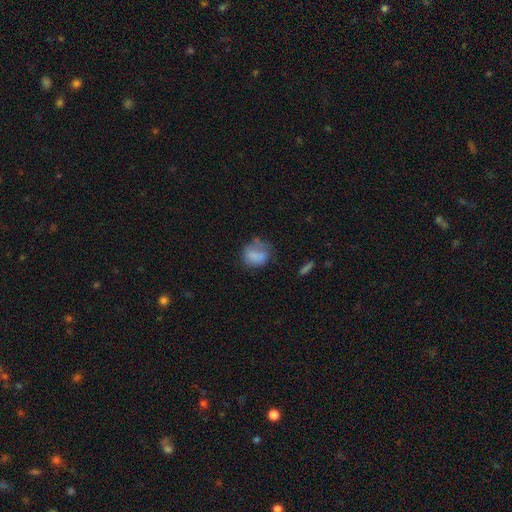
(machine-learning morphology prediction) A smooth galaxy with no disk features (74%) that is round (56%).

Vote fractions:
- Smooth or featured? smooth: 74% / featured or disk: 16% / star or artifact: 10%
- How rounded? round: 56% / in between: 42% / cigar-shaped: 1%
- Merging? none: 44% / minor disturbance: 29% / major disturbance: 21% / merger: 5%